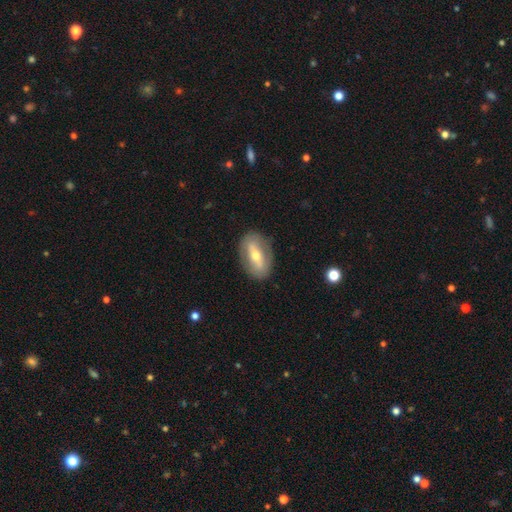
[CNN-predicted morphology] Smooth or featured? featured or disk (56%)
Edge-on disk? no (81%)
Merging? none (84%)